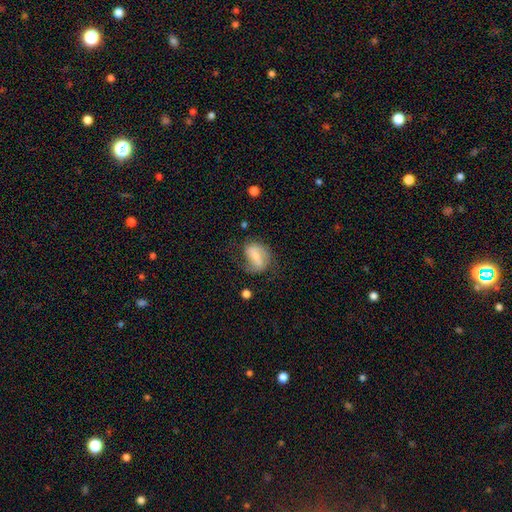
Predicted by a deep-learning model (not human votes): Overall: featured or disk (51%; smooth 42%). Edge-on disk: no (96%). Merging: none (47%; minor disturbance 26%).